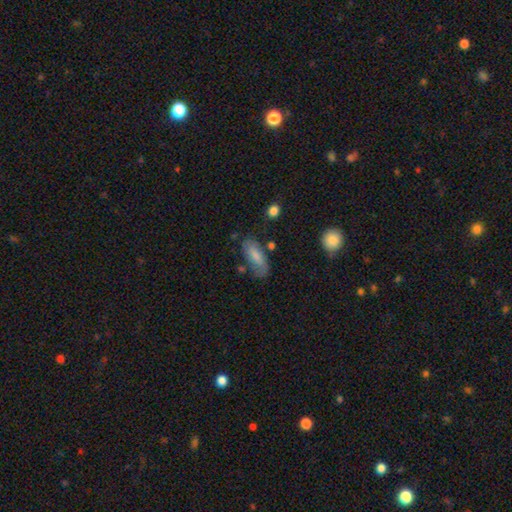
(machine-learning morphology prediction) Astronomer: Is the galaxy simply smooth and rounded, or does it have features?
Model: smooth — 69%.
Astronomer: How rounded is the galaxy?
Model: in between — 79%.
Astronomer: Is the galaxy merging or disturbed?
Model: none — 64%.